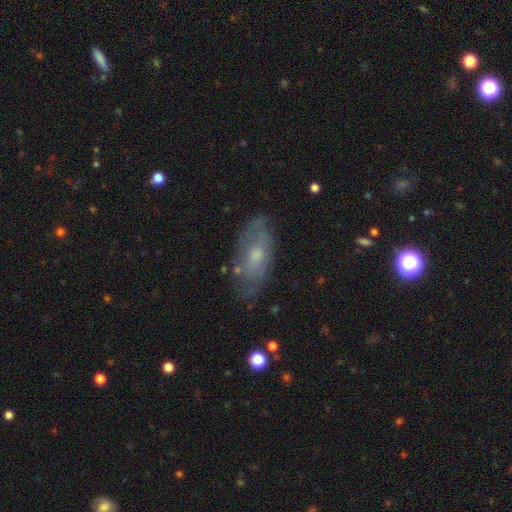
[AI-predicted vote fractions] Q: Smooth or featured?
A: featured or disk (48%); runner-up: smooth (44%)
Q: Merging?
A: none (66%); runner-up: minor disturbance (23%)